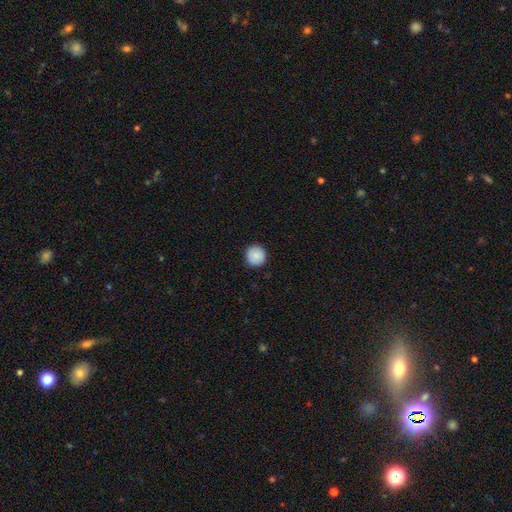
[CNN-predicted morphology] Smooth or featured? Predicted: smooth (p=0.89). How rounded? Predicted: round (p=0.95). Merging? Predicted: none (p=0.92).